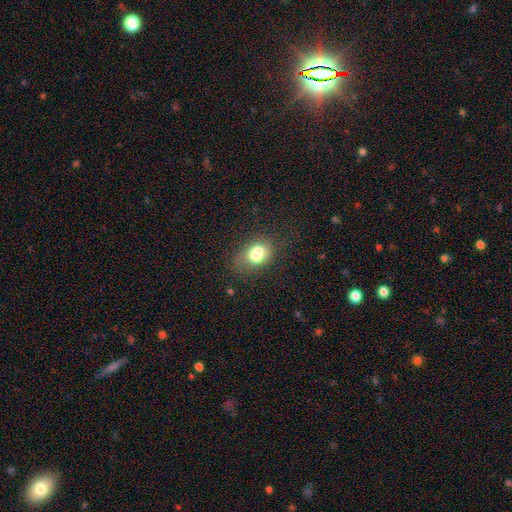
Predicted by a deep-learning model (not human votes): smooth 74%, featured or disk 16%, star or artifact 10%. Down the decision tree: how rounded — in between (66%); merging — none (44%).